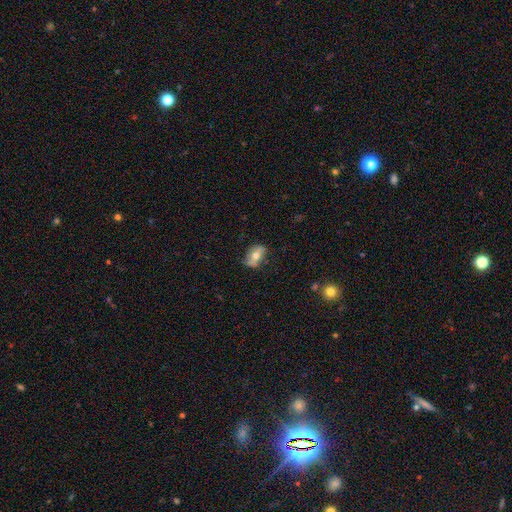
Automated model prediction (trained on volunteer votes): smooth_or_featured: smooth (p=0.49) [alt: featured or disk p=0.43]
merging: none (p=0.72) [alt: minor disturbance p=0.21]